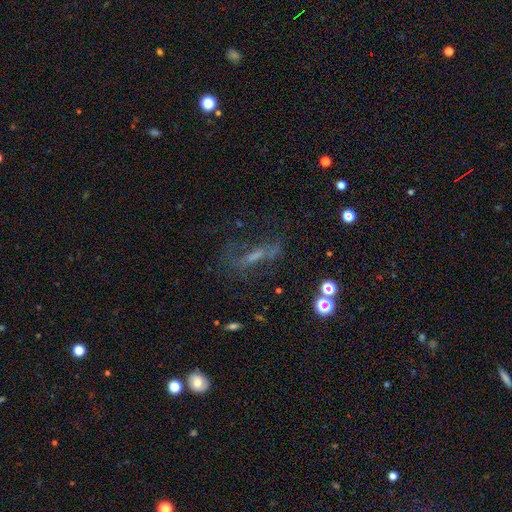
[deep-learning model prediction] A featured or disk galaxy (48%). Merging: none (51%).